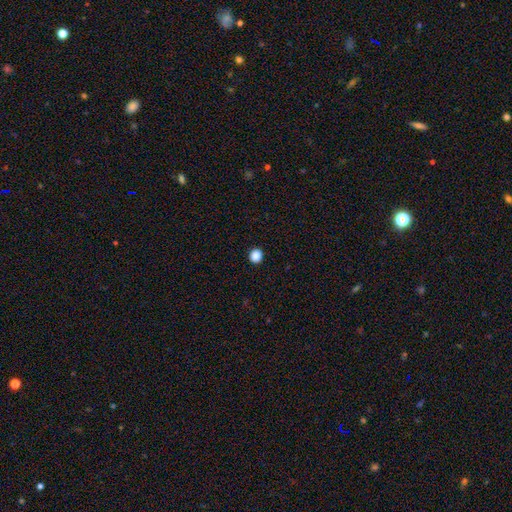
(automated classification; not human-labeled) Smooth or featured? Predicted: smooth (p=0.87). How rounded? Predicted: round (p=0.91). Merging? Predicted: none (p=0.94).